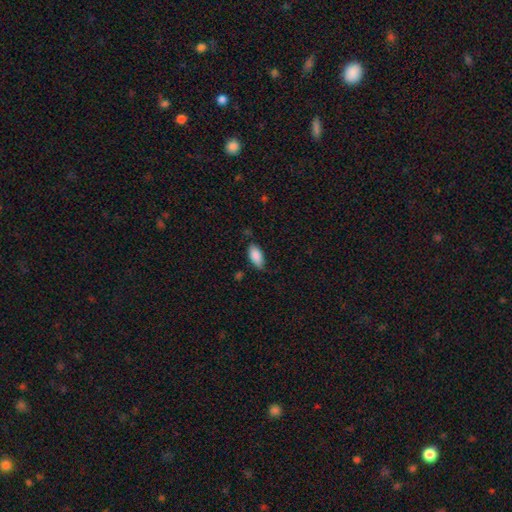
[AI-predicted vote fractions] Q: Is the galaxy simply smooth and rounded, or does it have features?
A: smooth — 87%.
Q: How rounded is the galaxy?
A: in between — 90%.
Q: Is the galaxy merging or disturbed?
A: none — 74%.